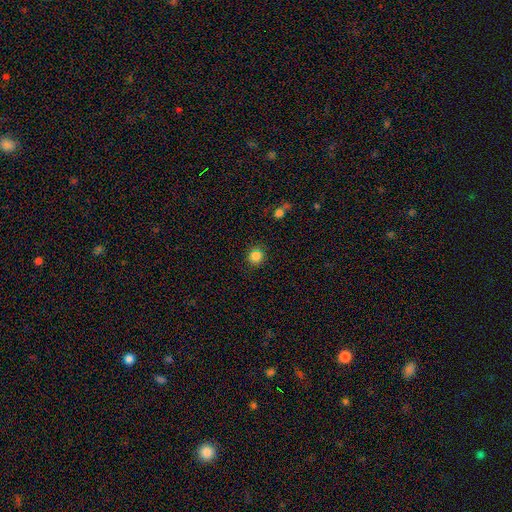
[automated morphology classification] Smooth or featured?
  - smooth: 85% *
  - star or artifact: 11%
  - featured or disk: 4%
How rounded?
  - round: 89% *
  - in between: 10%
  - cigar-shaped: 1%
Merging?
  - none: 88% *
  - minor disturbance: 8%
  - major disturbance: 3%
  - merger: 2%